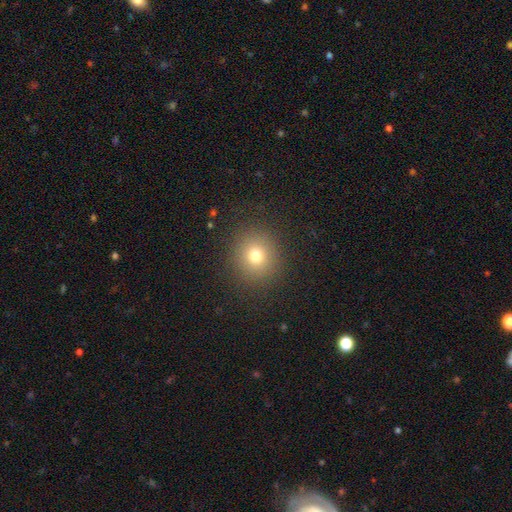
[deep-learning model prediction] Smooth or featured?
  - smooth: 74% *
  - star or artifact: 16%
  - featured or disk: 10%
How rounded?
  - round: 86% *
  - in between: 13%
  - cigar-shaped: 1%
Merging?
  - none: 89% *
  - minor disturbance: 7%
  - major disturbance: 4%
  - merger: 1%